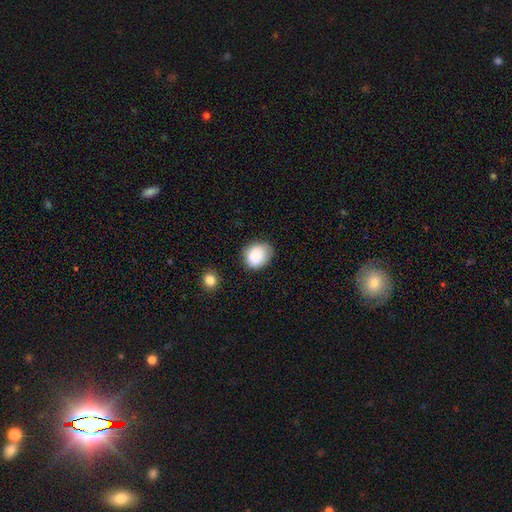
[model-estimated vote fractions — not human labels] Smooth or featured: smooth — 85% (star or artifact — 8%)
How rounded: in between — 50% (round — 49%)
Merging: none — 67% (minor disturbance — 24%)